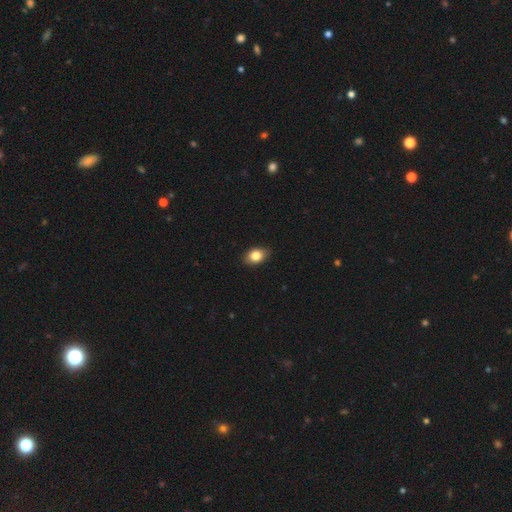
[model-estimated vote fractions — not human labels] Morphology: type=smooth (83%); roundness=in between (76%); merging=none (86%).